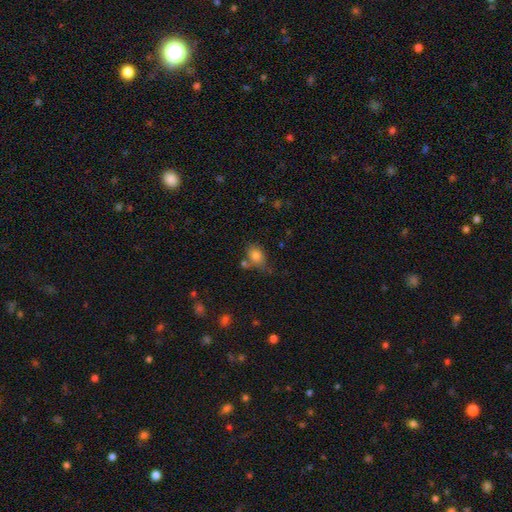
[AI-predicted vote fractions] Smooth or featured? smooth (81%)
How rounded? in between (63%)
Merging? none (55%)